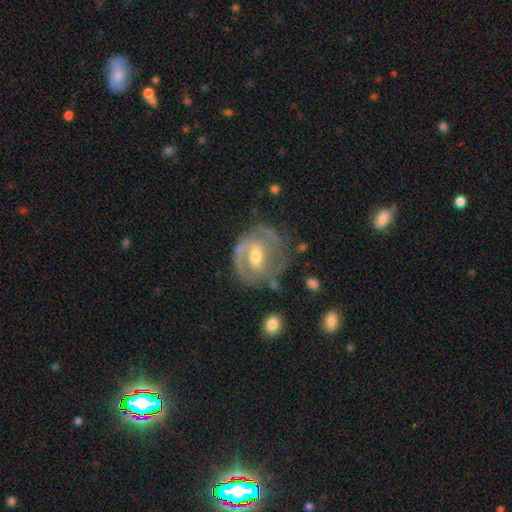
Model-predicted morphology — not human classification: A featured or disk galaxy (85%) with a weak bar (48%), 2 (60%) tight (51%) spiral arms (91%) and a moderate central bulge (64%).

Vote fractions:
- Smooth or featured? featured or disk: 85% / smooth: 9% / star or artifact: 5%
- Edge-on disk? no: 97% / yes: 3%
- Bar? weak: 48% / no: 26% / strong: 26%
- Spiral arms? yes: 91% / no: 9%
- Spiral winding? tight: 51% / medium: 39% / loose: 10%
- Spiral arm count? 2: 60% / can't tell: 16% / 3: 11% / 1: 8% / 4: 2% / more than 4: 2%
- Bulge size? moderate: 64% / small: 31% / large: 3% / none: 1% / dominant: 1%
- Merging? none: 69% / minor disturbance: 19% / major disturbance: 9% / merger: 3%